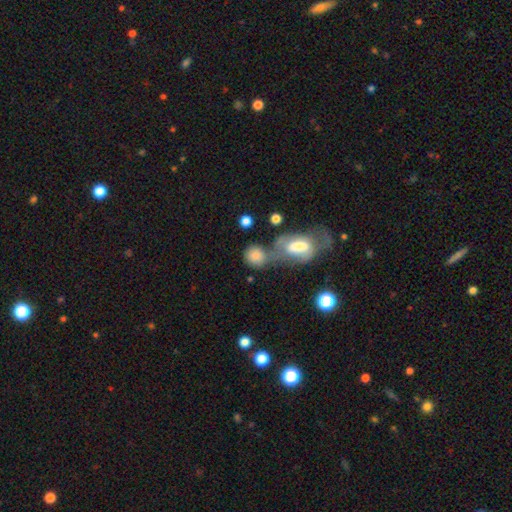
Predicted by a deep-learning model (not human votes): smooth_or_featured: smooth (p=0.79) [alt: featured or disk p=0.12]
how_rounded: round (p=0.72) [alt: in between p=0.26]
merging: merger (p=0.44) [alt: none p=0.36]